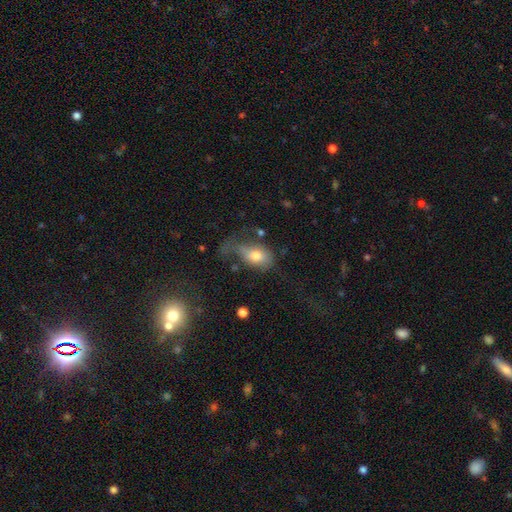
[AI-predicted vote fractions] A smooth galaxy with no disk features (69%) that is in between round and cigar-shaped (81%). Merging: major disturbance (42%).